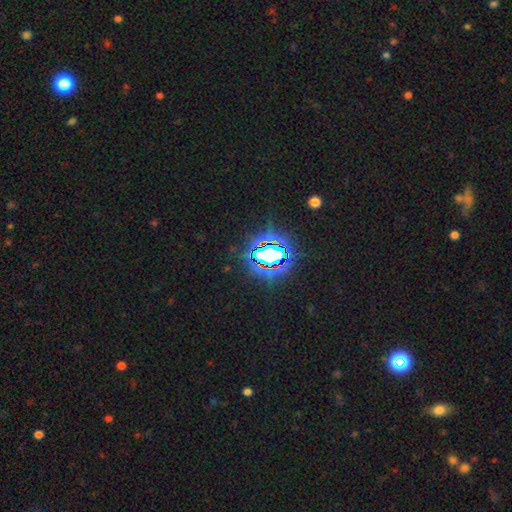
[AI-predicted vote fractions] smooth-or-featured: star or artifact: 77% | smooth: 14% | featured or disk: 9%